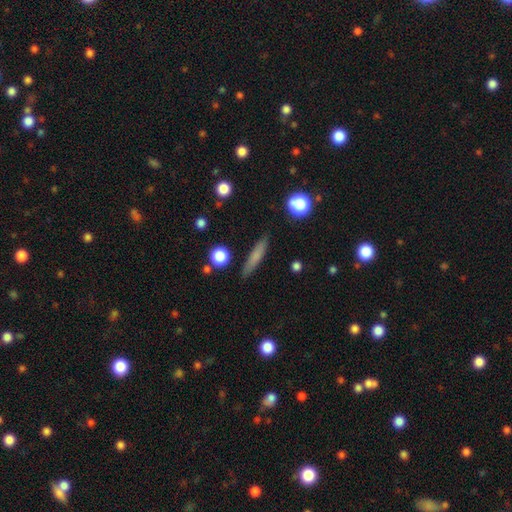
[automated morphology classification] type=smooth (69%); roundness=cigar-shaped (88%); merging=none (87%).